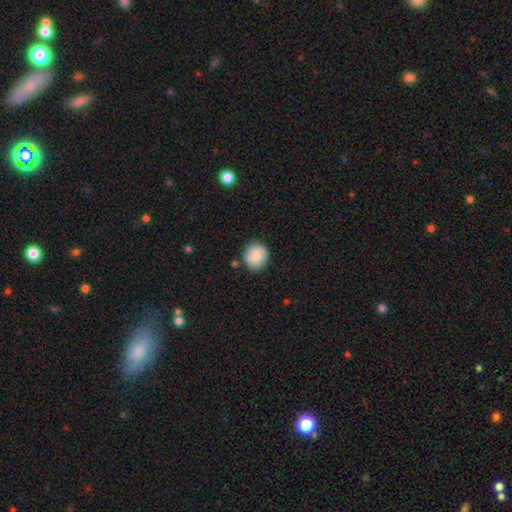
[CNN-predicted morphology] The model was most divided on "how rounded": round: 85%, in between: 15%, cigar-shaped: 1%. More confident: smooth or featured — smooth (86%); merging — none (84%).